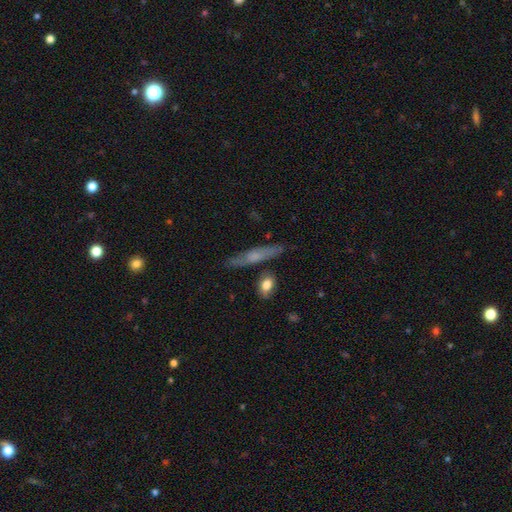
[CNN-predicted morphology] This appears to be a featured or disk galaxy (51%) viewed edge-on (81%). Merging: none (80%).